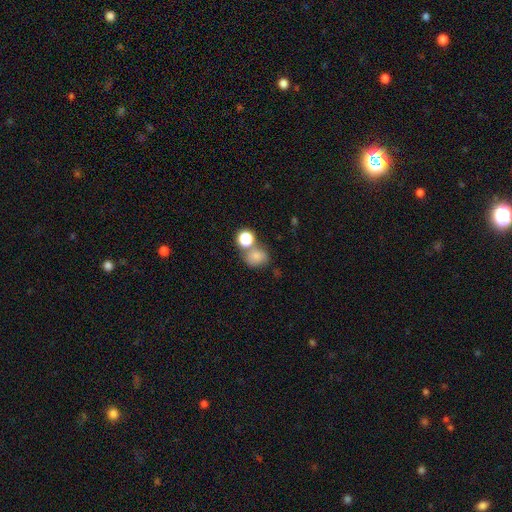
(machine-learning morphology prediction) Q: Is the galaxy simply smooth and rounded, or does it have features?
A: smooth — 76%.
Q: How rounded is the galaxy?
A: round — 65%.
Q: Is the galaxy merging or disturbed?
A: none — 48%.